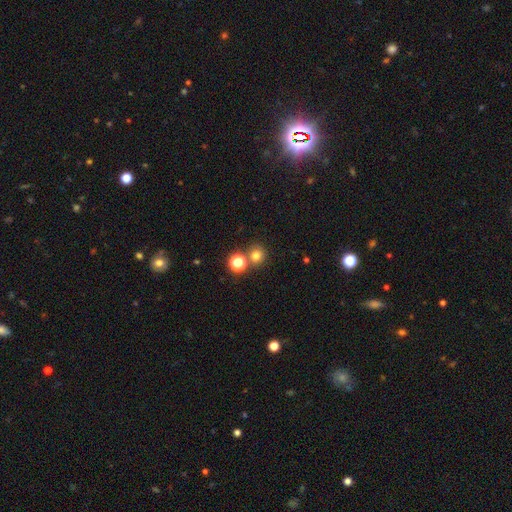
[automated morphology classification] Q: Smooth or featured?
A: smooth (75%); runner-up: star or artifact (19%)
Q: How rounded?
A: round (89%); runner-up: in between (10%)
Q: Merging?
A: none (71%); runner-up: merger (18%)